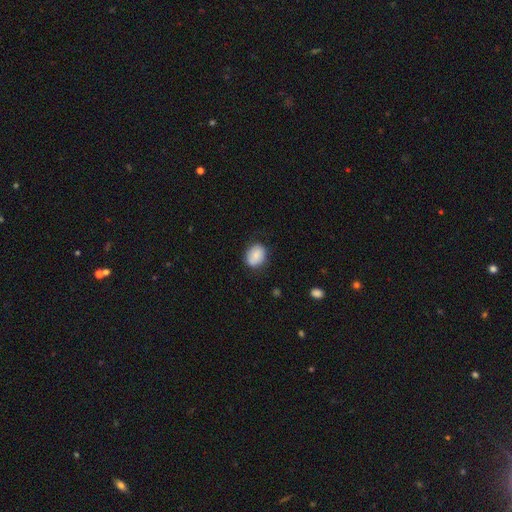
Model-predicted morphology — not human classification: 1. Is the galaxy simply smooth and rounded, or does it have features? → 84% smooth, 8% featured or disk, 8% star or artifact.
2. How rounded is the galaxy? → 52% in between, 48% round, 1% cigar-shaped.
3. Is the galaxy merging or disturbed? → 74% none, 19% minor disturbance, 5% major disturbance, 2% merger.